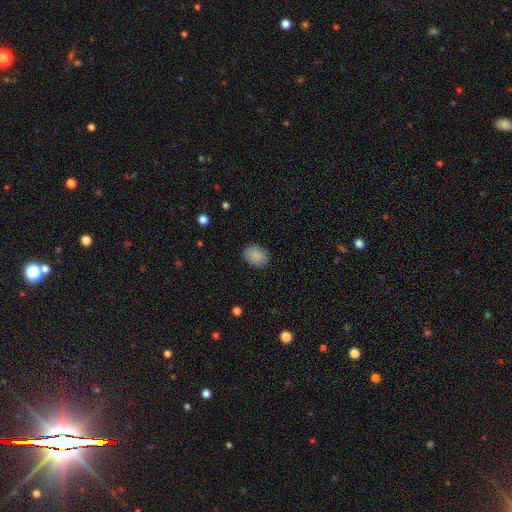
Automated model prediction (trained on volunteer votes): smooth-or-featured: smooth: 88% | star or artifact: 8% | featured or disk: 4%
  how-rounded: in between: 70% | round: 29% | cigar-shaped: 1%
  merging: none: 87% | minor disturbance: 9% | major disturbance: 2% | merger: 1%